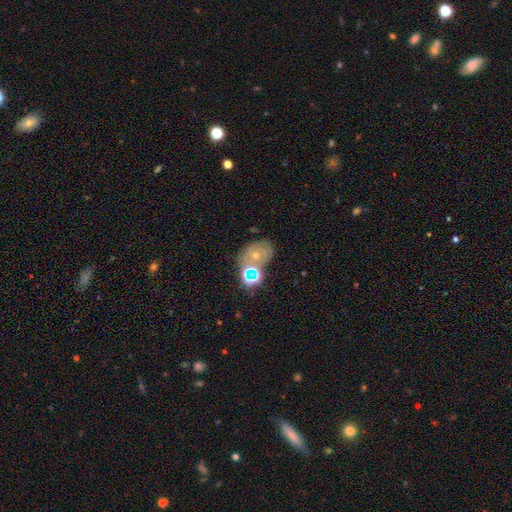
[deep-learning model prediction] A featured or disk galaxy (42%).

Vote fractions:
- Smooth or featured? featured or disk: 42% / smooth: 32% / star or artifact: 25%
- Merging? none: 52% / merger: 23% / minor disturbance: 16% / major disturbance: 9%